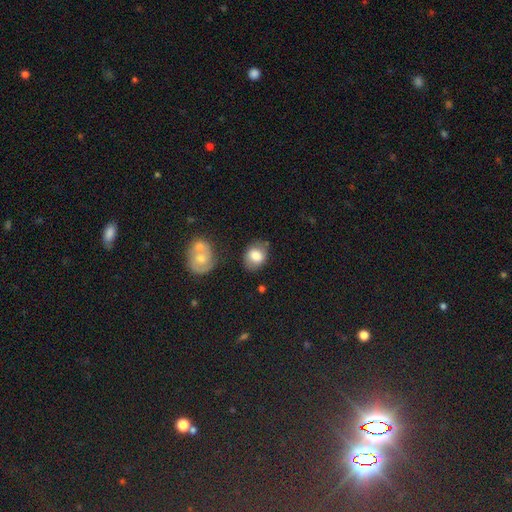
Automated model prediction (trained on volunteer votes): Q: Smooth or featured?
A: smooth (78%); runner-up: featured or disk (14%)
Q: How rounded?
A: in between (50%); runner-up: round (49%)
Q: Merging?
A: none (70%); runner-up: minor disturbance (19%)